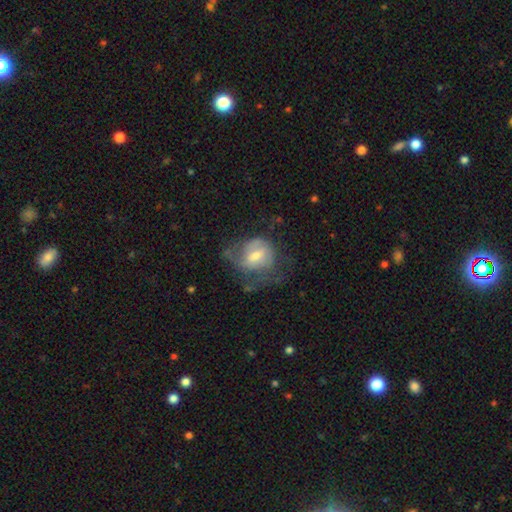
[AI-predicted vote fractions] Overall: featured or disk (56%; smooth 36%). Edge-on disk: no (96%). Bar: weak (49%; no 35%). Spiral arms: yes (62%; no 38%). Bulge size: moderate (54%; small 36%). Merging: none (37%; major disturbance 35%).